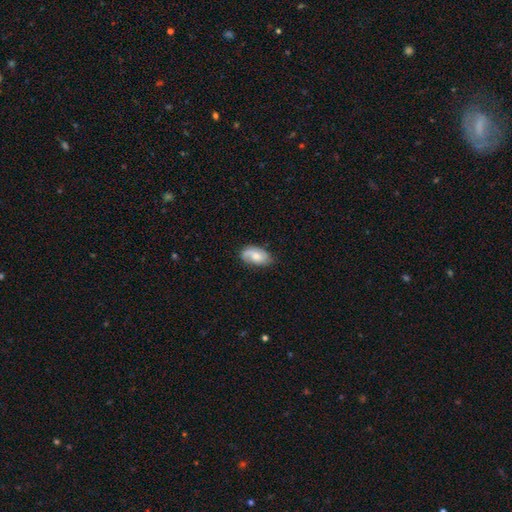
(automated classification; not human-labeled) Smooth or featured?
  - featured or disk: 52% *
  - smooth: 41%
  - star or artifact: 7%
Edge-on disk?
  - no: 95% *
  - yes: 5%
Merging?
  - none: 68% *
  - minor disturbance: 23%
  - major disturbance: 7%
  - merger: 2%